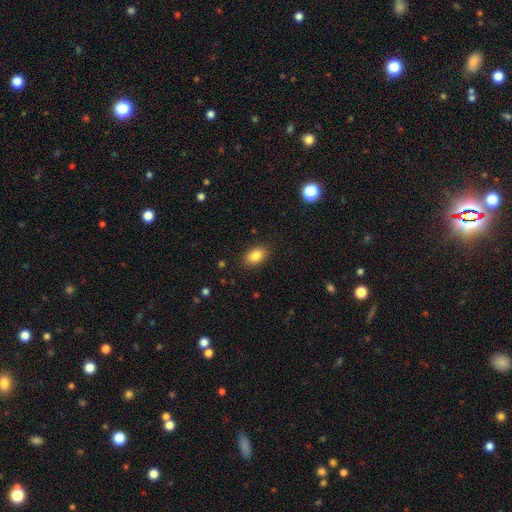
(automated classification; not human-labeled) Overall: smooth (84%). How rounded: in between (82%). Merging: none (87%).